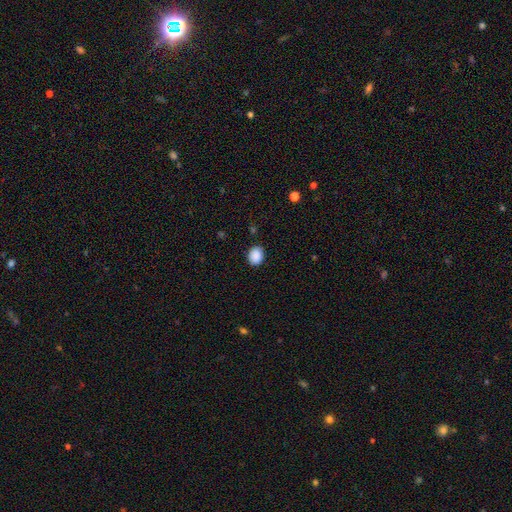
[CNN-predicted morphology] type=smooth (89%); roundness=in between (53%); merging=none (86%).